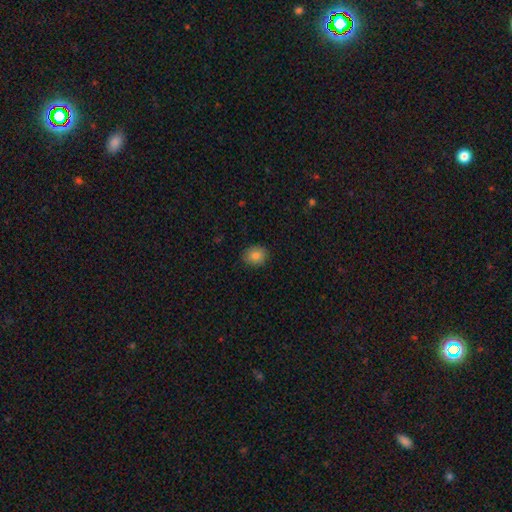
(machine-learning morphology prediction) type=smooth (83%); roundness=round (67%); merging=none (87%).